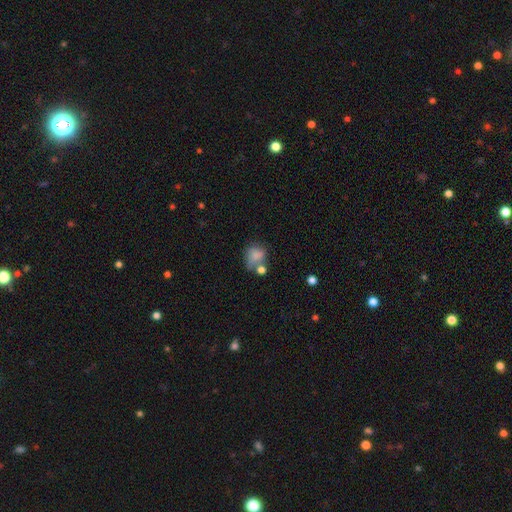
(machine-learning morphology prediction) type=smooth (75%); roundness=round (55%); merging=none (36%).